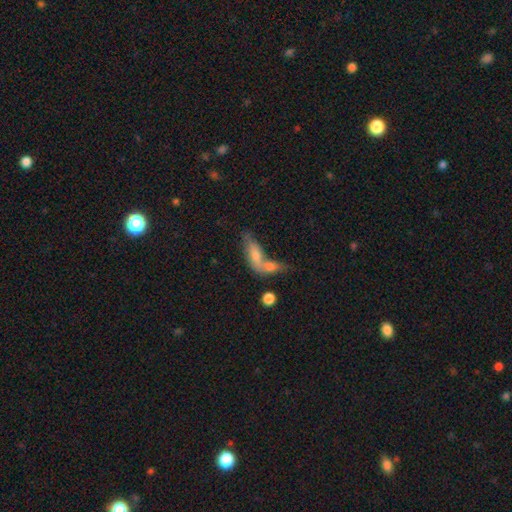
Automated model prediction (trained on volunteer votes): Morphology: type=smooth (61%); roundness=in between (67%); merging=merger (58%).